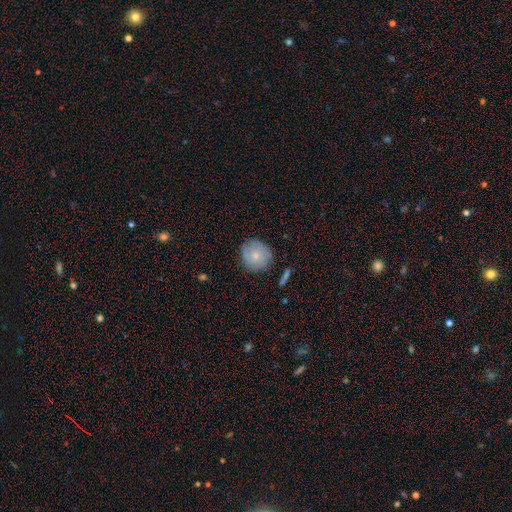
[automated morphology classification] Smooth or featured: smooth — 71% (featured or disk — 21%)
How rounded: round — 90% (in between — 9%)
Merging: none — 78% (minor disturbance — 16%)